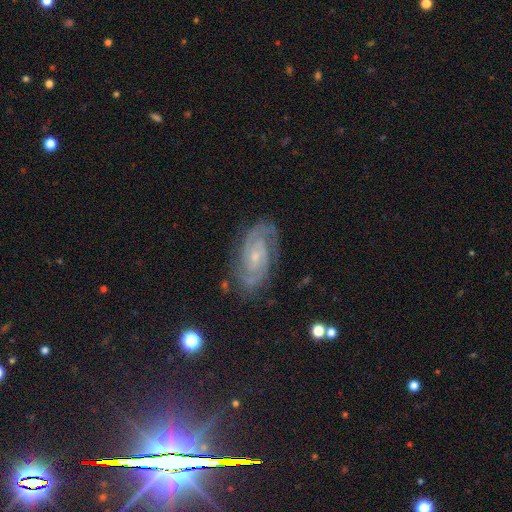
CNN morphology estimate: A featured or disk galaxy (89%) with no bar (54%), 2 (77%) tight (59%) spiral arms (98%) and a small central bulge (76%).

Vote fractions:
- Smooth or featured? featured or disk: 89% / star or artifact: 6% / smooth: 5%
- Edge-on disk? no: 97% / yes: 3%
- Bar? no: 54% / weak: 36% / strong: 9%
- Spiral arms? yes: 98% / no: 2%
- Spiral winding? tight: 59% / medium: 35% / loose: 6%
- Spiral arm count? 2: 77% / 3: 8% / can't tell: 7% / 4: 3% / 1: 2% / more than 4: 2%
- Bulge size? small: 76% / moderate: 19% / none: 4% / large: 1% / dominant: 1%
- Merging? none: 79% / minor disturbance: 15% / major disturbance: 4% / merger: 2%